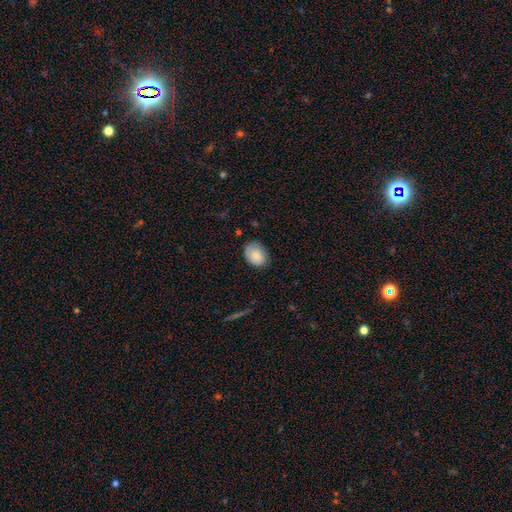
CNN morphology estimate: Smooth or featured? Predicted: smooth (p=0.83). How rounded? Predicted: in between (p=0.61). Merging? Predicted: none (p=0.69).